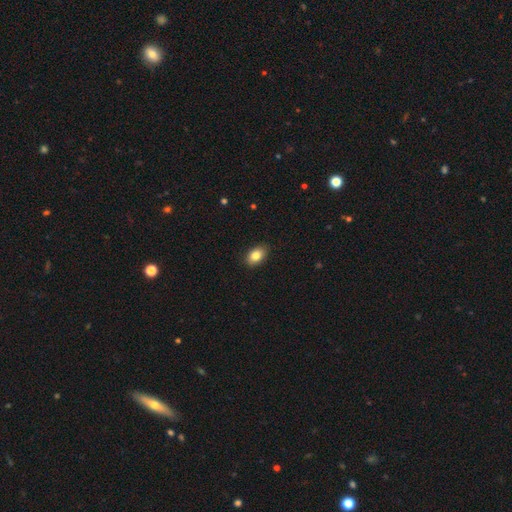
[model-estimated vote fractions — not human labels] A smooth galaxy with no disk features (83%) that is in between round and cigar-shaped (85%).

Vote fractions:
- Smooth or featured? smooth: 83% / featured or disk: 9% / star or artifact: 8%
- How rounded? in between: 85% / round: 14% / cigar-shaped: 1%
- Merging? none: 88% / minor disturbance: 9% / major disturbance: 2% / merger: 1%